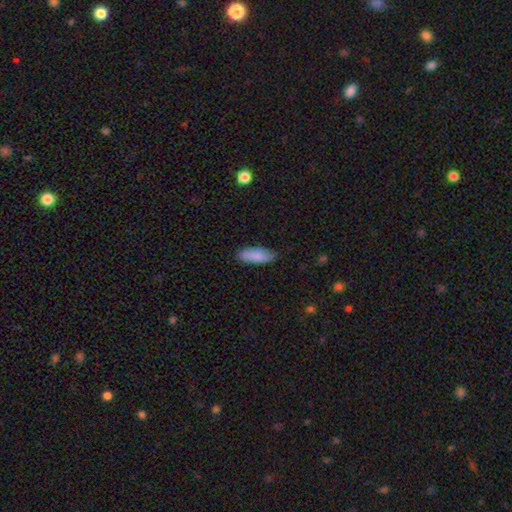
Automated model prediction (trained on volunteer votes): Smooth or featured? smooth (86%)
How rounded? in between (67%)
Merging? none (82%)